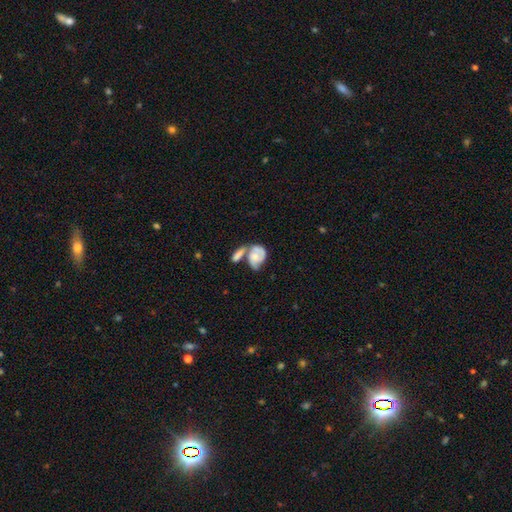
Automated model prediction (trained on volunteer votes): The model was most divided on "bulge size": moderate: 47%, small: 34%, none: 9%, large: 8%, dominant: 2%. Remaining: edge-on disk — no (95%); bar — no (79%); spiral arms — yes (71%); smooth or featured — featured or disk (54%); merging — merger (50%).